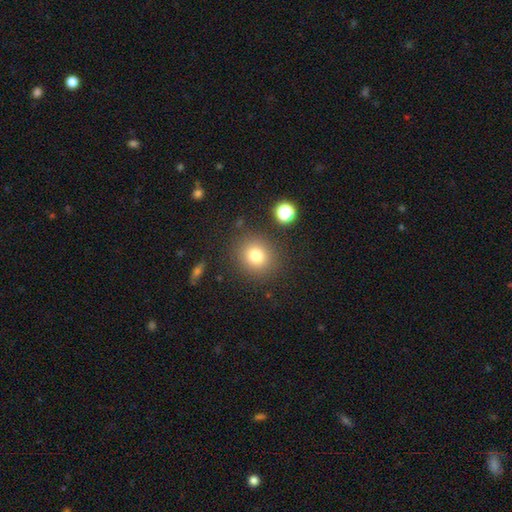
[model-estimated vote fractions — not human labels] Q: Smooth or featured?
A: smooth (78%); runner-up: star or artifact (13%)
Q: How rounded?
A: round (84%); runner-up: in between (15%)
Q: Merging?
A: none (85%); runner-up: minor disturbance (8%)